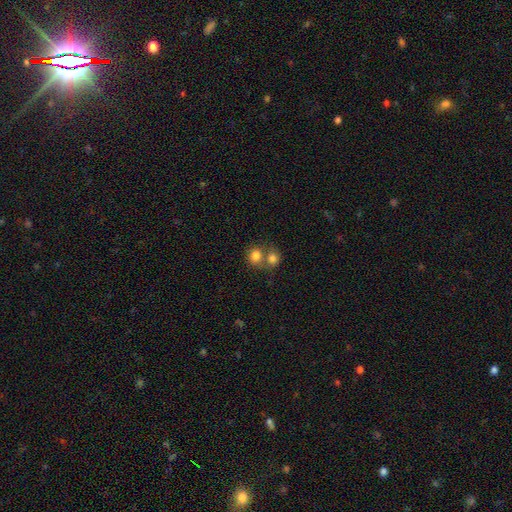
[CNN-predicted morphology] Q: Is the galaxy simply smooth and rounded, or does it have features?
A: smooth — 80%.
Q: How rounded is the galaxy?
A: round — 75%.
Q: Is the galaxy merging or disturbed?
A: merger — 52%.